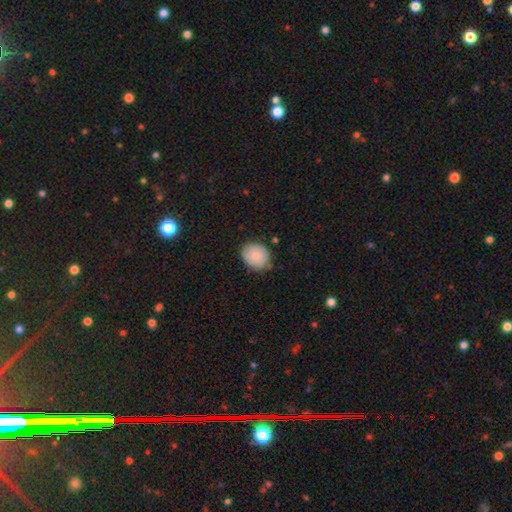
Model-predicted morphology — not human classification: smooth 83%, featured or disk 10%, star or artifact 7%. Down the decision tree: how rounded — round (68%); merging — none (77%).